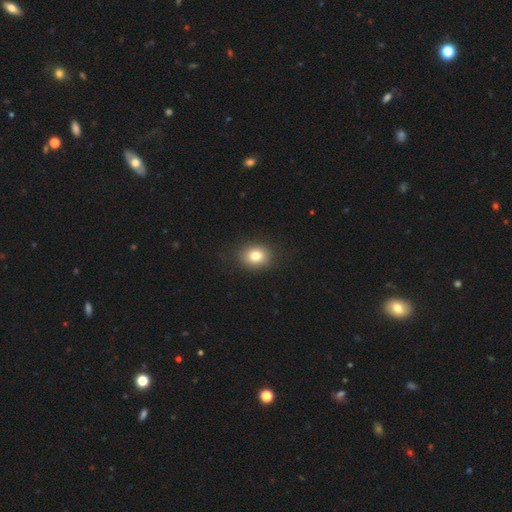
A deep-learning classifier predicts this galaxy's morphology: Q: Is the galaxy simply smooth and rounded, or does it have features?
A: smooth — 80%.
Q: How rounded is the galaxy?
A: round — 52%.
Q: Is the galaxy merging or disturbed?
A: none — 86%.